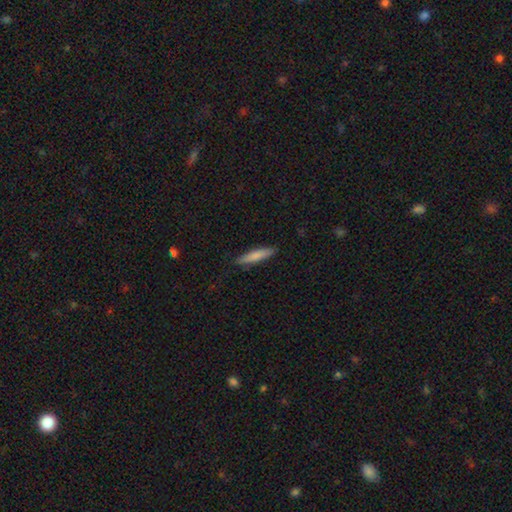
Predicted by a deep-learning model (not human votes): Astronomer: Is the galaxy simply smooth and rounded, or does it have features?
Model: smooth — 77%.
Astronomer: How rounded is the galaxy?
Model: cigar-shaped — 86%.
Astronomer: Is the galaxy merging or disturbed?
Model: none — 87%.